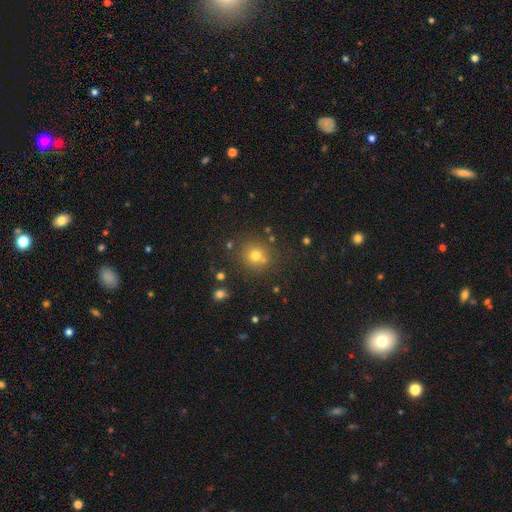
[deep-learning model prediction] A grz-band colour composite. It shows a smooth galaxy with no disk features (71%) that is round (89%). Merging: none (76%).